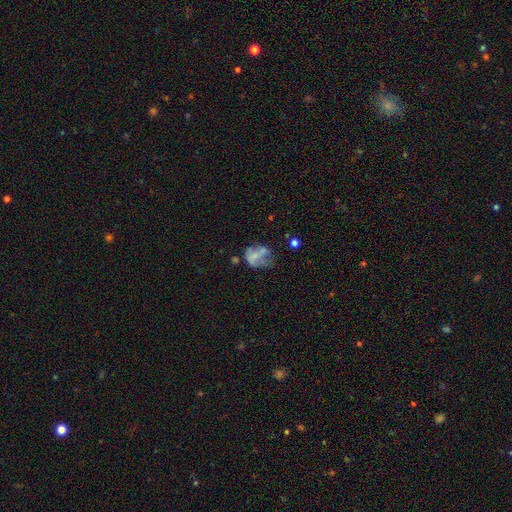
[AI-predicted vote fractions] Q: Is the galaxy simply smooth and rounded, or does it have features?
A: smooth — 49%.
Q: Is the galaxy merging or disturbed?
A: major disturbance — 34%.